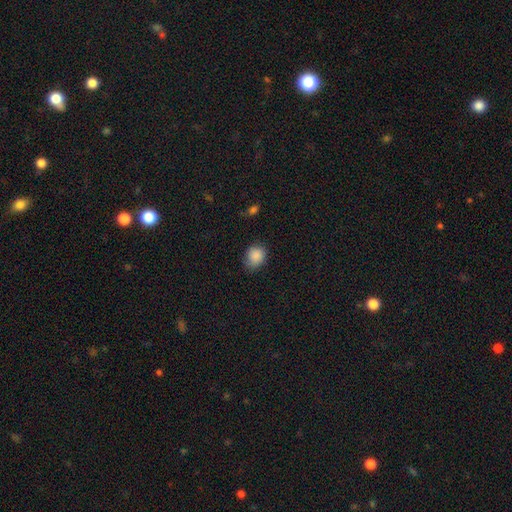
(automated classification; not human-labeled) Smooth or featured?
  - smooth: 87% *
  - star or artifact: 8%
  - featured or disk: 5%
How rounded?
  - round: 56% *
  - in between: 43%
  - cigar-shaped: 1%
Merging?
  - none: 67% *
  - minor disturbance: 26%
  - major disturbance: 6%
  - merger: 1%